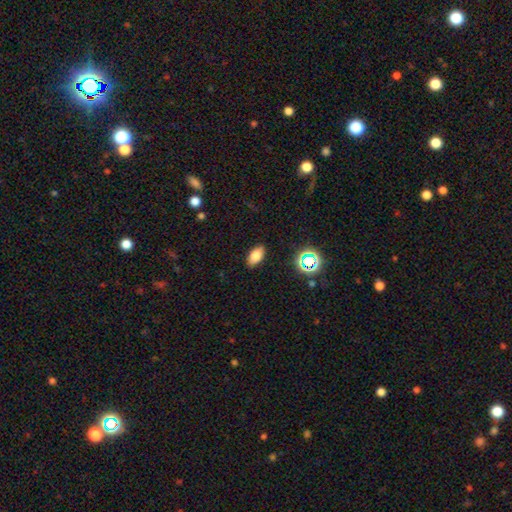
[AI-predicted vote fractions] Smooth or featured? Predicted: smooth (p=0.78). How rounded? Predicted: in between (p=0.91). Merging? Predicted: none (p=0.88).